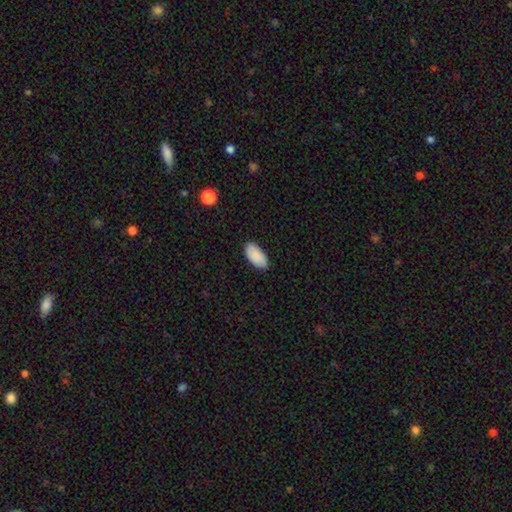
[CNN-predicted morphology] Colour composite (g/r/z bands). It shows a smooth galaxy with no disk features (89%) that is in between round and cigar-shaped (95%). Merging: none (85%).